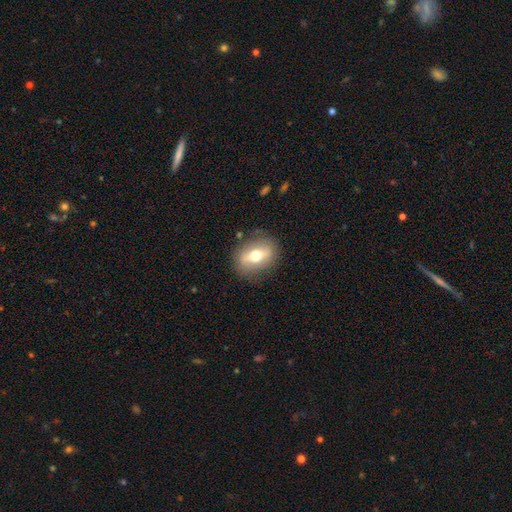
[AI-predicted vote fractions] Smooth or featured? Predicted: smooth (p=0.49). Merging? Predicted: none (p=0.83).